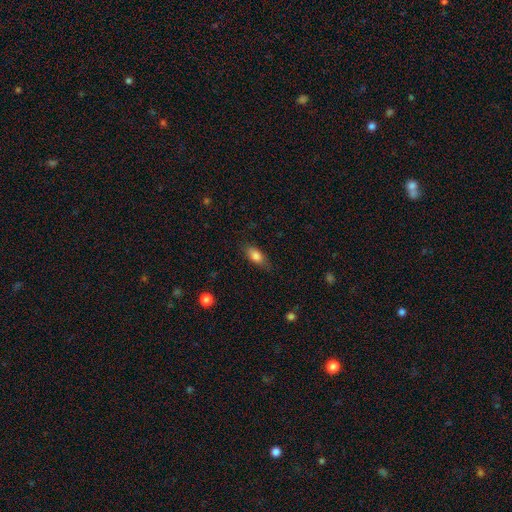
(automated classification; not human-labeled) Overall: smooth (81%). How rounded: in between (84%). Merging: none (78%).